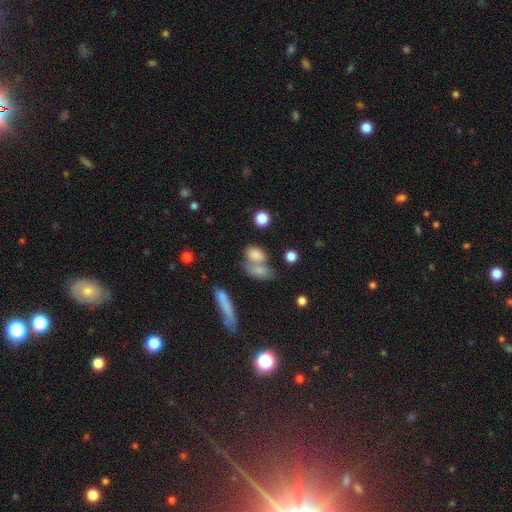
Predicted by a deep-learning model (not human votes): Overall: smooth (76%). How rounded: in between (72%). Merging: merger (48%; none 33%).